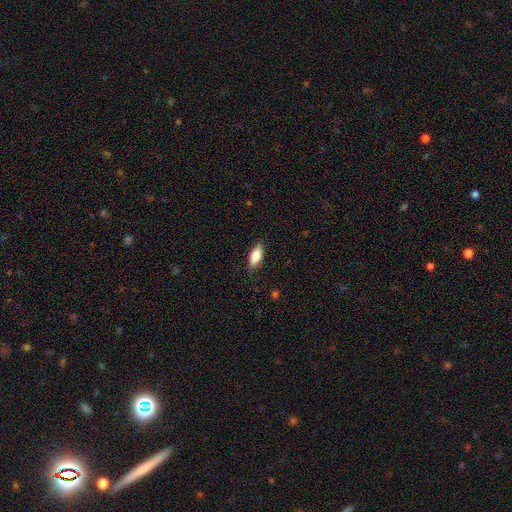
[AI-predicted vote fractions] smooth_or_featured: smooth (p=0.80) [alt: featured or disk p=0.13]
how_rounded: in between (p=0.79) [alt: cigar-shaped p=0.18]
merging: none (p=0.86) [alt: minor disturbance p=0.11]